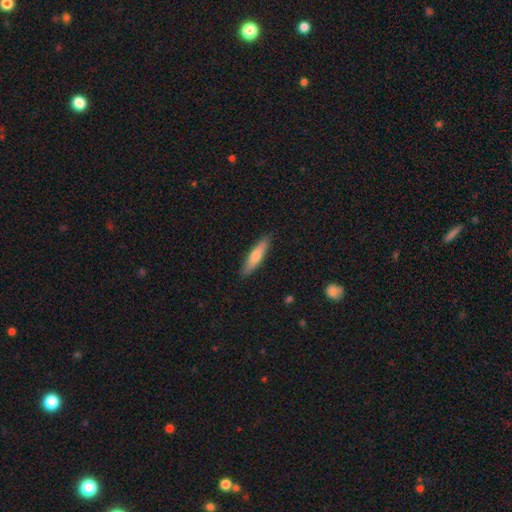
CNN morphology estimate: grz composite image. It shows a smooth galaxy with no disk features (64%) that is cigar-shaped (82%). Merging: none (89%).